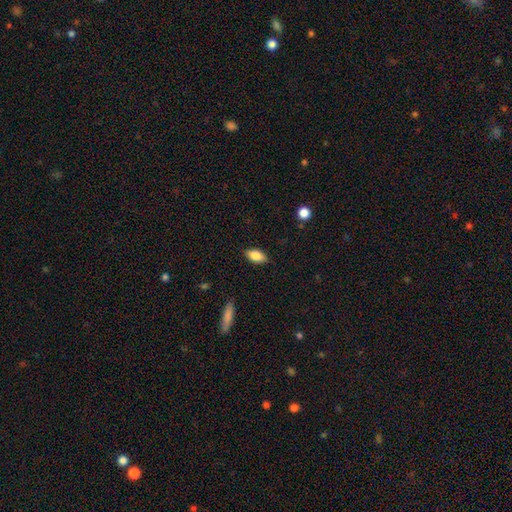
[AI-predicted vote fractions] Smooth or featured: smooth — 81% (featured or disk — 12%)
How rounded: in between — 89% (cigar-shaped — 7%)
Merging: none — 86% (minor disturbance — 10%)